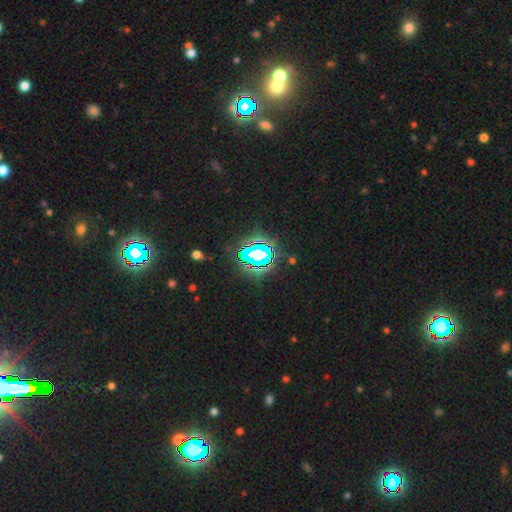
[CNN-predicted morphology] Smooth or featured? star or artifact (73%)